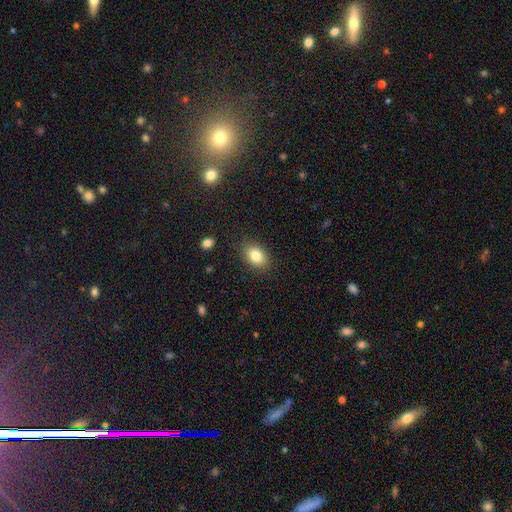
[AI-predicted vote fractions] Smooth or featured? smooth (83%)
How rounded? in between (82%)
Merging? none (86%)